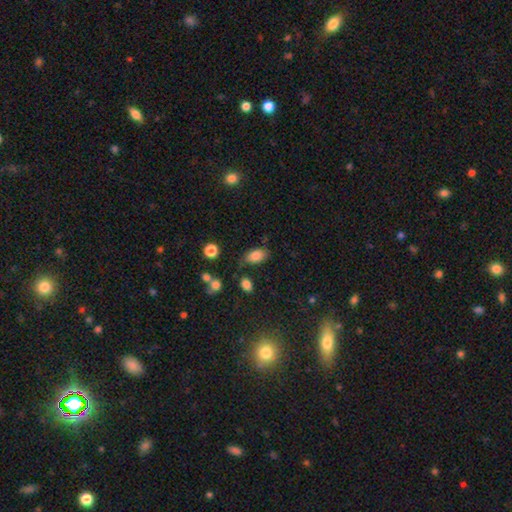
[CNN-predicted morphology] Smooth or featured: smooth — 82% (featured or disk — 9%)
How rounded: in between — 92% (round — 6%)
Merging: none — 66% (minor disturbance — 21%)